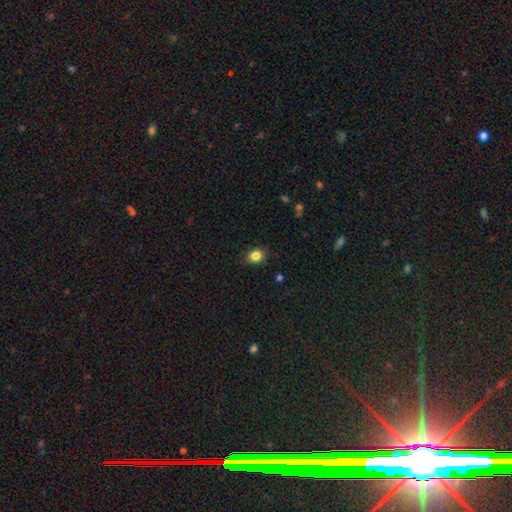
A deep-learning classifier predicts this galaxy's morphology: The model was most divided on "how rounded": round: 63%, in between: 36%, cigar-shaped: 1%. More confident: merging — none (88%); smooth or featured — smooth (84%).